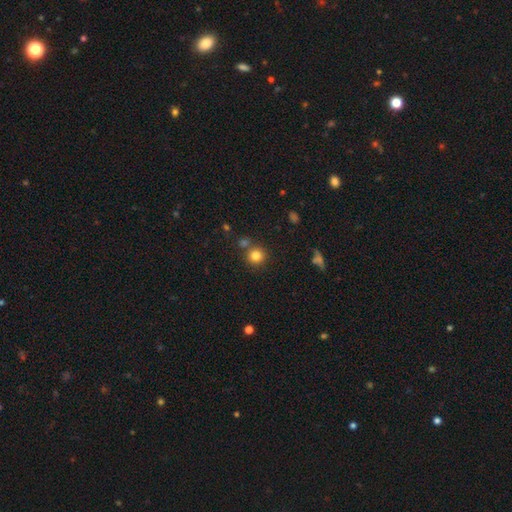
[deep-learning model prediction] Morphology: type=smooth (81%); roundness=round (92%); merging=none (76%).